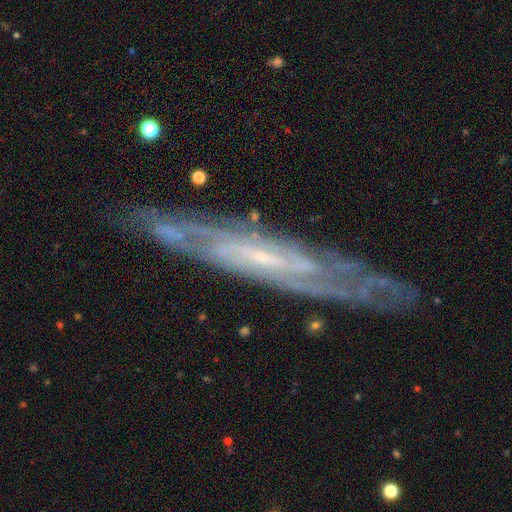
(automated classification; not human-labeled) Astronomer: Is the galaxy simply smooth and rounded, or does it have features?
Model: featured or disk — 85%.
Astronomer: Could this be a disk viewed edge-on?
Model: no — 60% (runner-up: yes, 40%).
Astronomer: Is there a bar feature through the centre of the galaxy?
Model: no — 40% (runner-up: weak, 37%).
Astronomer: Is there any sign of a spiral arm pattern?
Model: yes — 93%.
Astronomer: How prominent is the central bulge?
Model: small — 79%.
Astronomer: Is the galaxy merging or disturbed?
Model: none — 78%.